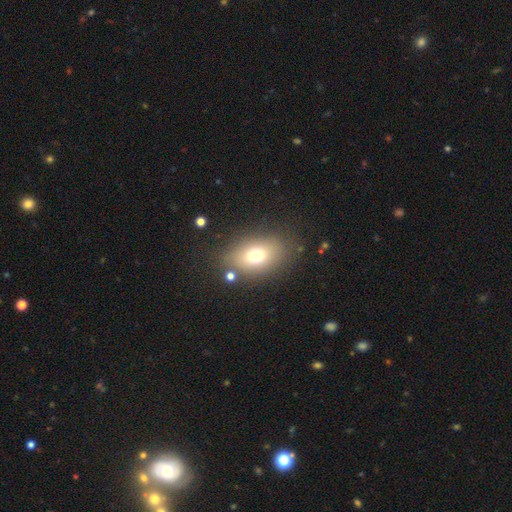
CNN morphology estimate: type=smooth (71%); roundness=in between (76%); merging=none (78%).